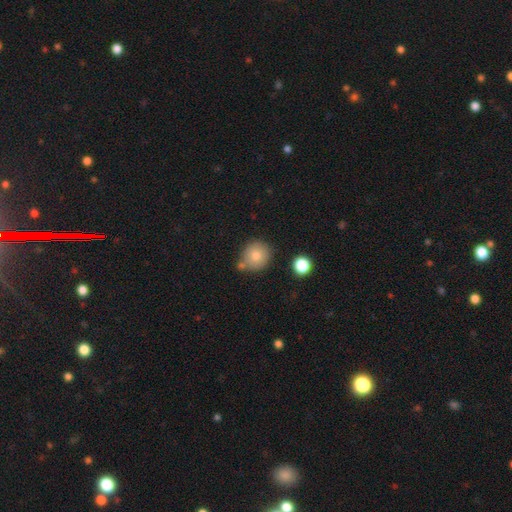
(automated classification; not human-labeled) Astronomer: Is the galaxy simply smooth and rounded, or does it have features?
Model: smooth — 78%.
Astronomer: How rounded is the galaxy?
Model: round — 87%.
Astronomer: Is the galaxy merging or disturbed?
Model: none — 67%.